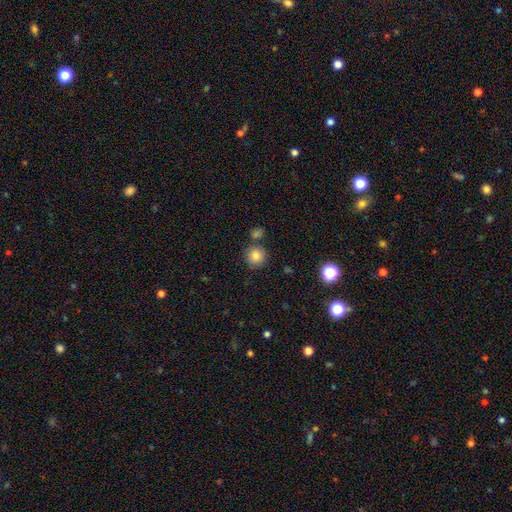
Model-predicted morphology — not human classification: Q: Smooth or featured?
A: smooth (83%); runner-up: star or artifact (11%)
Q: How rounded?
A: round (93%); runner-up: in between (6%)
Q: Merging?
A: none (78%); runner-up: merger (11%)